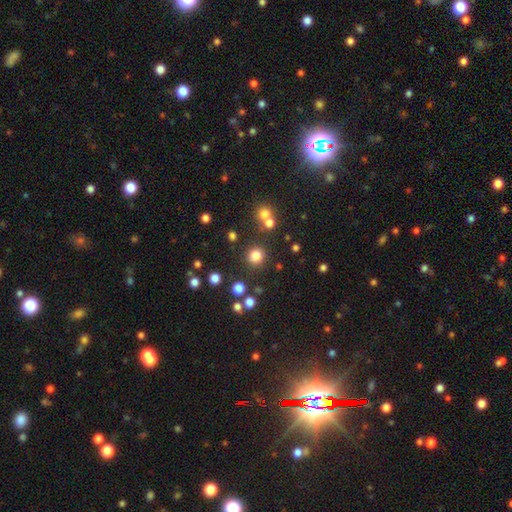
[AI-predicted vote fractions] Smooth or featured? smooth (79%)
How rounded? round (93%)
Merging? none (85%)